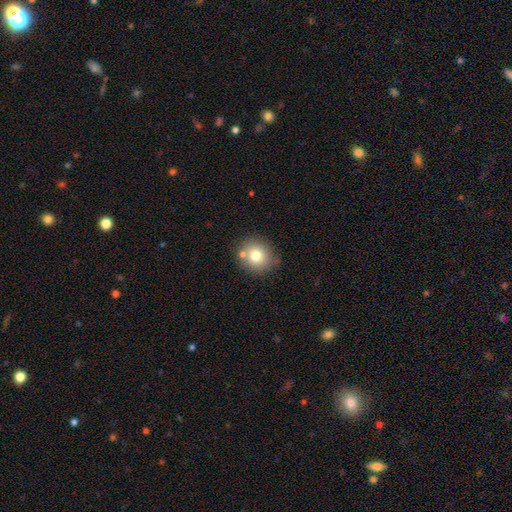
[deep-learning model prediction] Smooth or featured: smooth — 75% (featured or disk — 13%)
How rounded: round — 85% (in between — 14%)
Merging: none — 74% (minor disturbance — 12%)